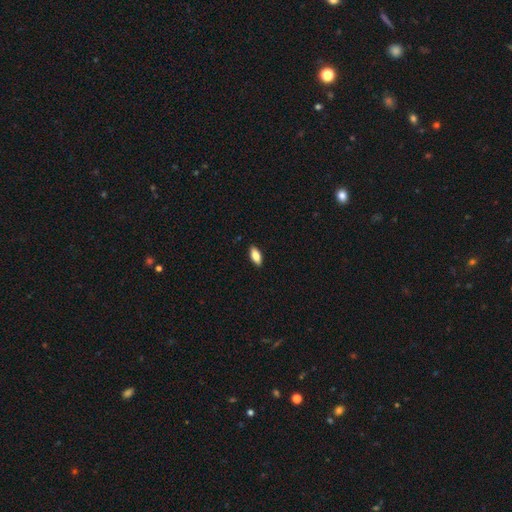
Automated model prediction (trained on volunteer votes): Smooth or featured?
  - smooth: 82% *
  - featured or disk: 12%
  - star or artifact: 7%
How rounded?
  - in between: 84% *
  - cigar-shaped: 14%
  - round: 2%
Merging?
  - none: 89% *
  - minor disturbance: 8%
  - major disturbance: 2%
  - merger: 1%